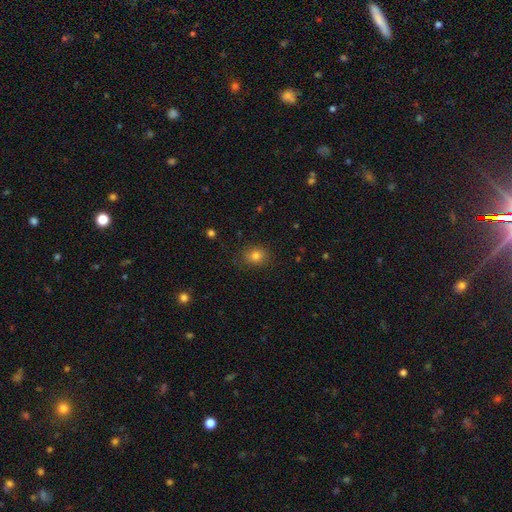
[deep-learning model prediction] This is clearly a smooth galaxy (81%). How rounded: possibly round (59%). Merging: clearly none (84%).